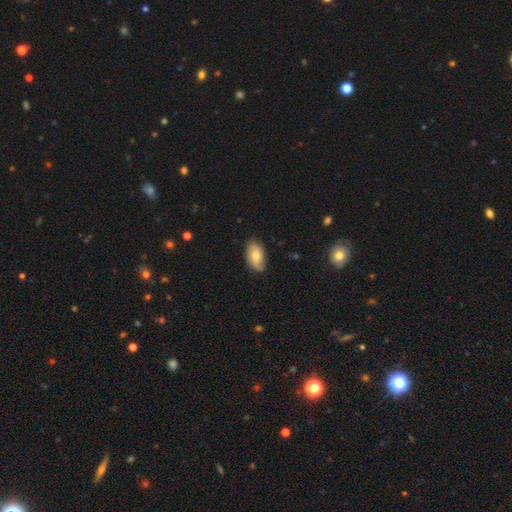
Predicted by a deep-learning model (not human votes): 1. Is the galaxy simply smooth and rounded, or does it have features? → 66% smooth, 27% featured or disk, 7% star or artifact.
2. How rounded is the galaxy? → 93% in between, 5% round, 2% cigar-shaped.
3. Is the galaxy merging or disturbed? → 78% none, 18% minor disturbance, 3% major disturbance, 1% merger.